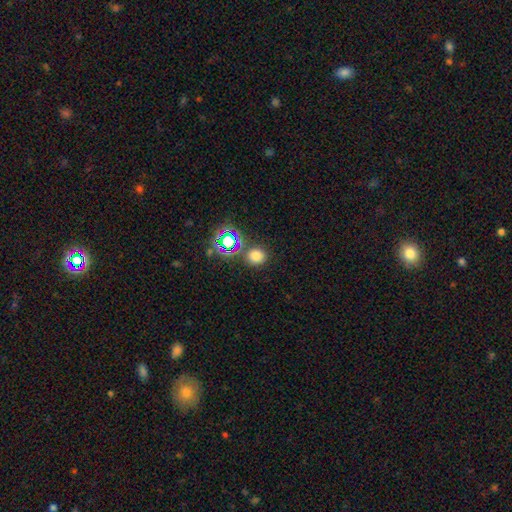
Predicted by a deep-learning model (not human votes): smooth 70%, star or artifact 24%, featured or disk 6%. Down the decision tree: how rounded — round (84%); merging — none (80%).